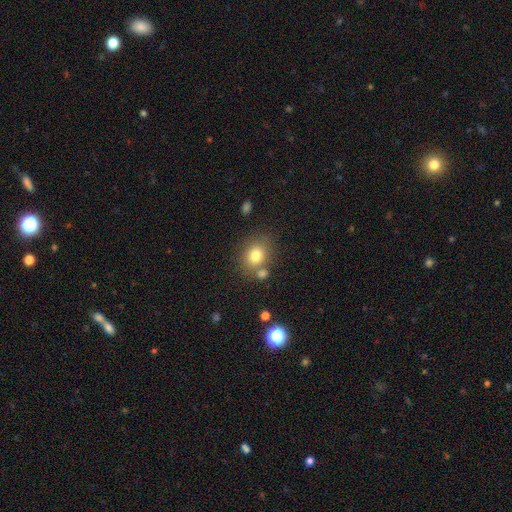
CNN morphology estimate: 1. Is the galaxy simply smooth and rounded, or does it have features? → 78% smooth, 12% star or artifact, 10% featured or disk.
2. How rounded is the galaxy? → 56% round, 43% in between, 1% cigar-shaped.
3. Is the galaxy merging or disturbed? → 67% none, 16% merger, 13% minor disturbance, 5% major disturbance.